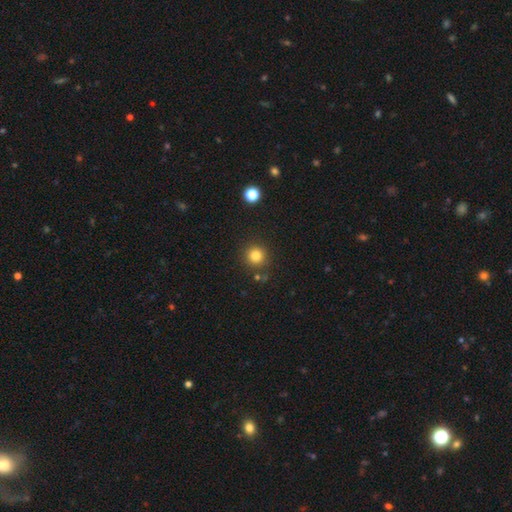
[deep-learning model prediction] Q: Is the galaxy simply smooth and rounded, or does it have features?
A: smooth — 82%.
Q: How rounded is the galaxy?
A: round — 94%.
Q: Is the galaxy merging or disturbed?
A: none — 86%.